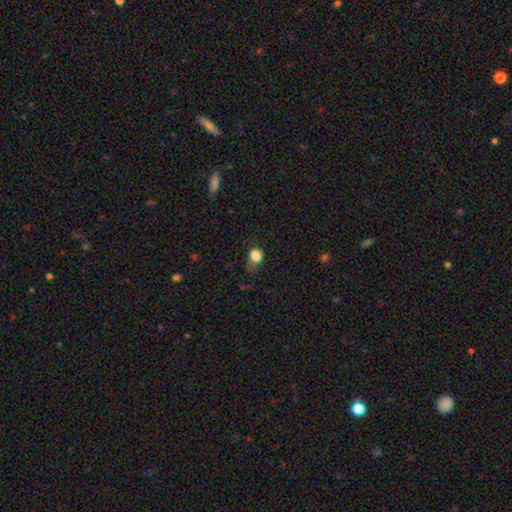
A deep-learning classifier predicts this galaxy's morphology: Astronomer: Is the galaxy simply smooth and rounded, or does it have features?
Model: smooth — 81%.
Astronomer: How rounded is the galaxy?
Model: in between — 57% (runner-up: round, 41%).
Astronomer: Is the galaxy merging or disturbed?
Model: minor disturbance — 33% (runner-up: major disturbance, 31%).